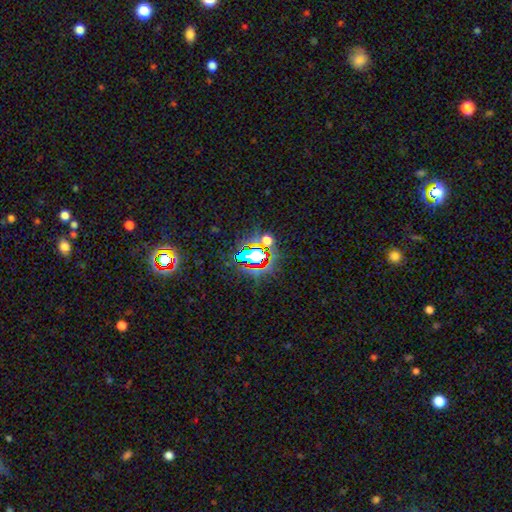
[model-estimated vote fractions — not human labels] A star or artifact, not a galaxy (65%).

Vote fractions:
- Smooth or featured? star or artifact: 65% / smooth: 22% / featured or disk: 13%